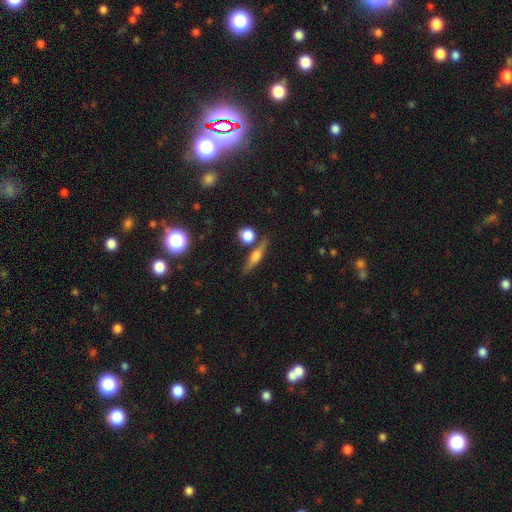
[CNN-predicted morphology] type=featured or disk (55%); edge-on=yes (94%); edge-on bulge=rounded (87%); merging=none (78%).